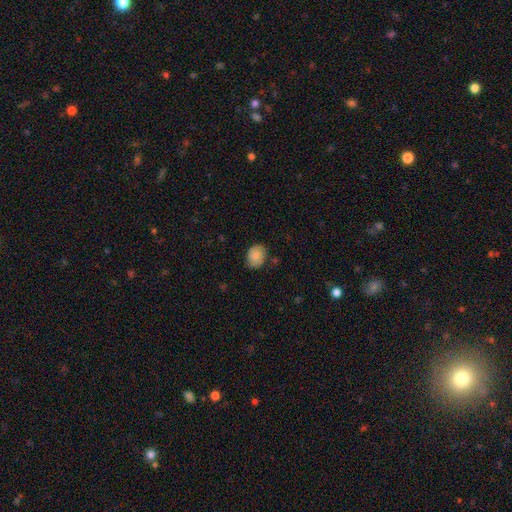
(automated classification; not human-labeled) Smooth or featured? Predicted: smooth (p=0.76). How rounded? Predicted: round (p=0.50, tied with in between). Merging? Predicted: none (p=0.75).